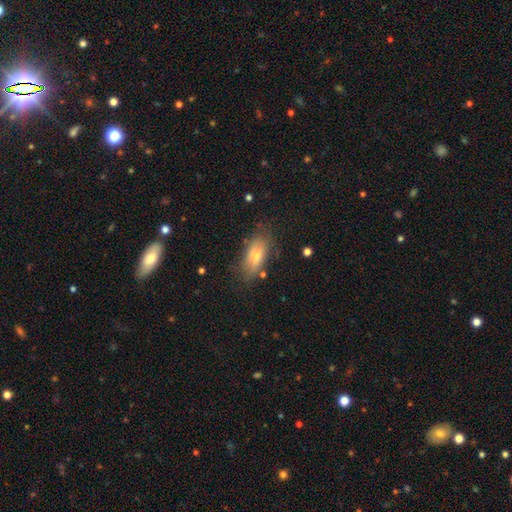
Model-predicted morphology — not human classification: Q: Smooth or featured?
A: smooth (68%); runner-up: featured or disk (23%)
Q: How rounded?
A: in between (81%); runner-up: cigar-shaped (15%)
Q: Merging?
A: none (73%); runner-up: minor disturbance (19%)